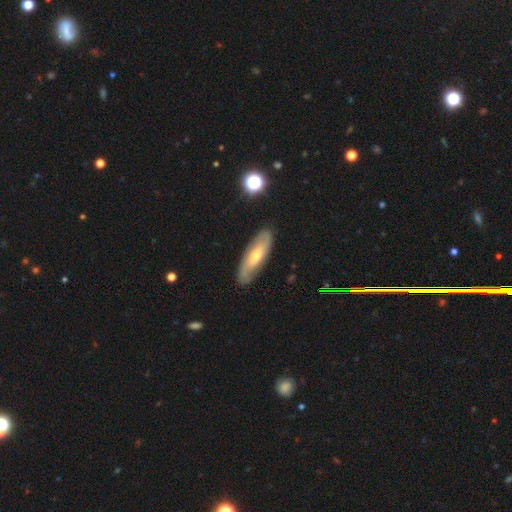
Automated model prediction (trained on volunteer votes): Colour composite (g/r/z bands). It shows a featured or disk galaxy (60%). Merging: none (84%).